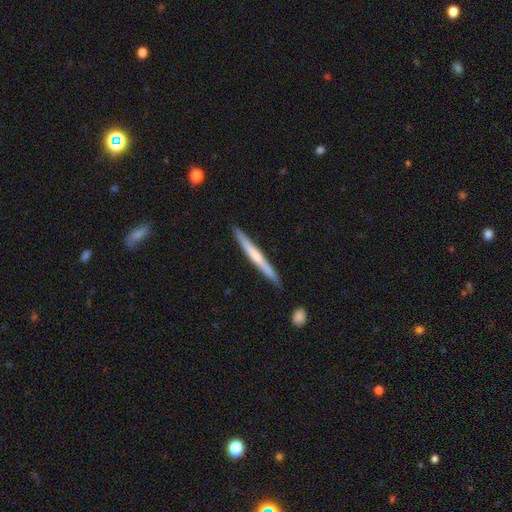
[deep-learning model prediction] featured or disk 51%, smooth 44%, star or artifact 5%. Down the decision tree: edge-on disk — yes (97%); merging — none (90%).